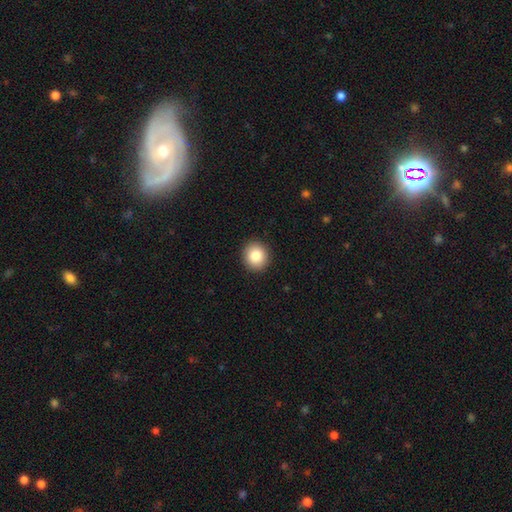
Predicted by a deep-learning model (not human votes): Q: Smooth or featured?
A: smooth (85%); runner-up: star or artifact (9%)
Q: How rounded?
A: round (87%); runner-up: in between (13%)
Q: Merging?
A: none (92%); runner-up: minor disturbance (5%)